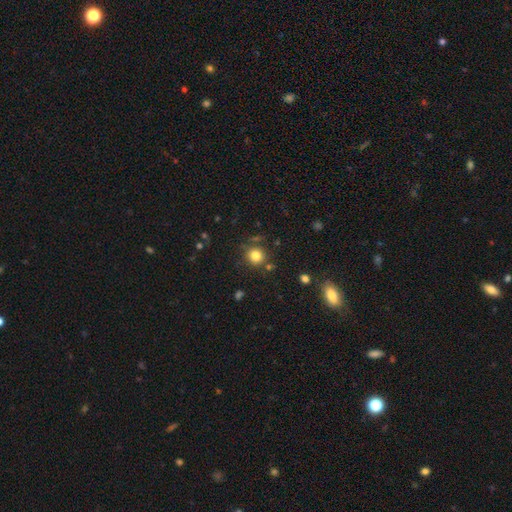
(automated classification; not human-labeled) The model was most divided on "smooth or featured": smooth: 81%, star or artifact: 13%, featured or disk: 6%. More confident: how rounded — round (91%); merging — none (81%).